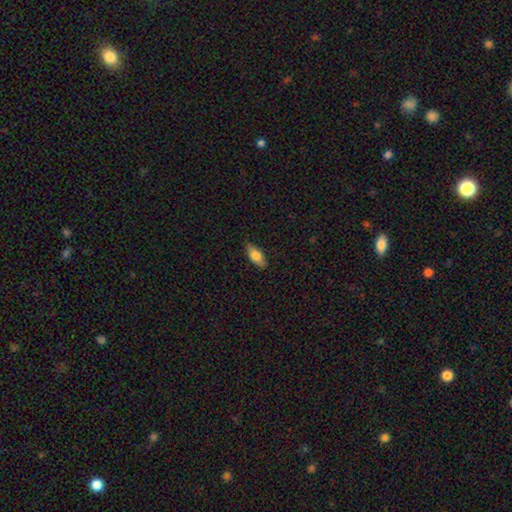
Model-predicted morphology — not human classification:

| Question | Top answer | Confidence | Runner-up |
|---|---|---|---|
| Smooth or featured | smooth | 76% | featured or disk (18%) |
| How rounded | in between | 79% | cigar-shaped (18%) |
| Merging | none | 84% | minor disturbance (13%) |